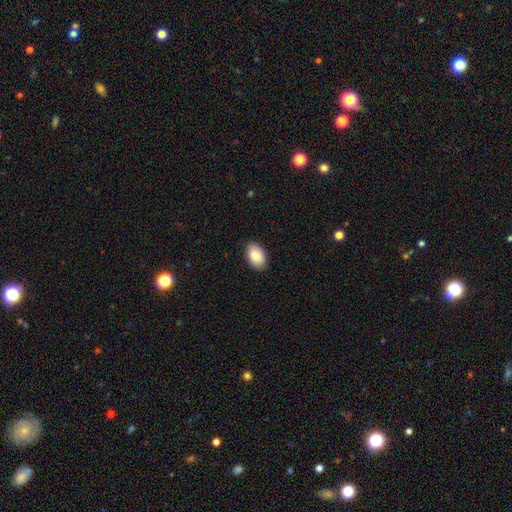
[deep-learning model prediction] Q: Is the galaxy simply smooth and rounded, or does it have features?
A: smooth — 89%.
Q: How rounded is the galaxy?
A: in between — 93%.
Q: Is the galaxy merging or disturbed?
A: none — 87%.